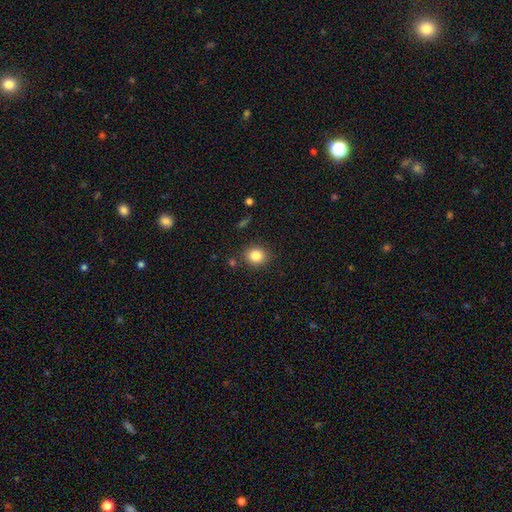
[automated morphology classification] smooth-or-featured: smooth: 84% | star or artifact: 10% | featured or disk: 6%
  how-rounded: round: 77% | in between: 22% | cigar-shaped: 1%
  merging: none: 86% | minor disturbance: 8% | merger: 3% | major disturbance: 3%